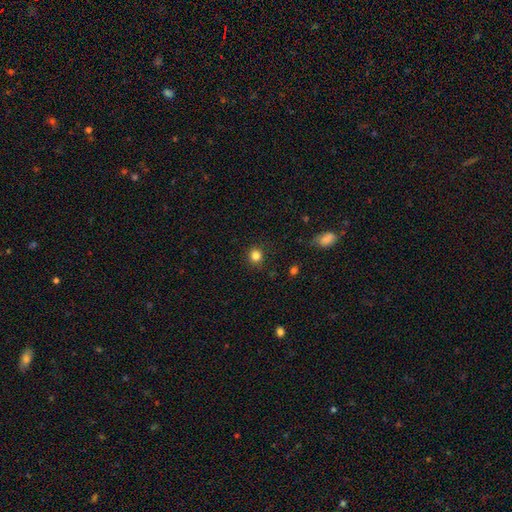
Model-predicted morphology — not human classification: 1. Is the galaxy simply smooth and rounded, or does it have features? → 84% smooth, 12% star or artifact, 4% featured or disk.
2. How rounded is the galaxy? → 90% round, 9% in between, 1% cigar-shaped.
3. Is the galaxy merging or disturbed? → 89% none, 8% minor disturbance, 2% major disturbance, 1% merger.